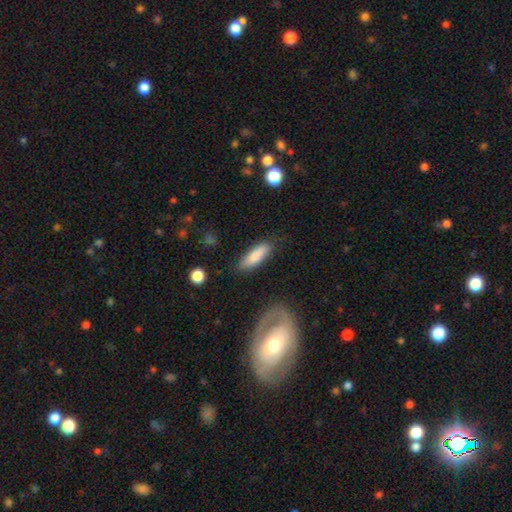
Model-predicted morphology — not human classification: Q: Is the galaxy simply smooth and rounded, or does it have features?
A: smooth — 82%.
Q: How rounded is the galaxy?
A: cigar-shaped — 51%.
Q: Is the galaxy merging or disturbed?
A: none — 79%.